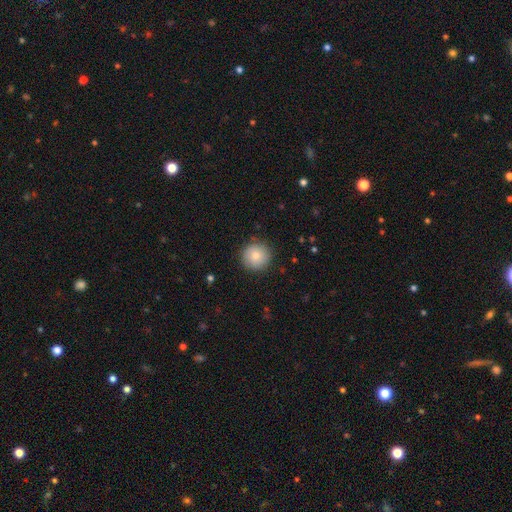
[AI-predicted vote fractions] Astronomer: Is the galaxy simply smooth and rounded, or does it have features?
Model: smooth — 82%.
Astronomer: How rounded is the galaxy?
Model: round — 95%.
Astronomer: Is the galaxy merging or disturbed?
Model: none — 89%.